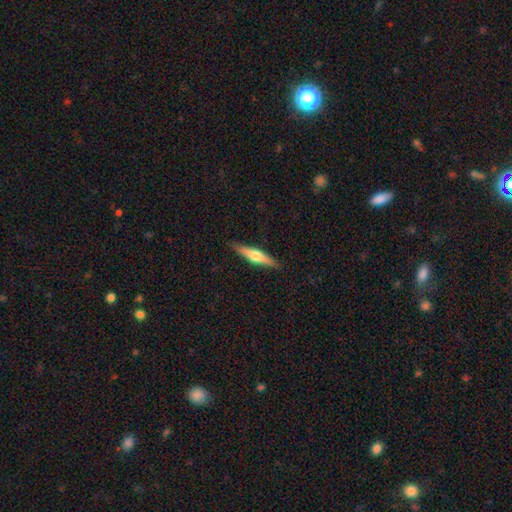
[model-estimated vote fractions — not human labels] The model was most divided on "smooth or featured": featured or disk: 51%, smooth: 44%, star or artifact: 6%. More confident: edge-on disk — yes (95%); merging — none (89%).